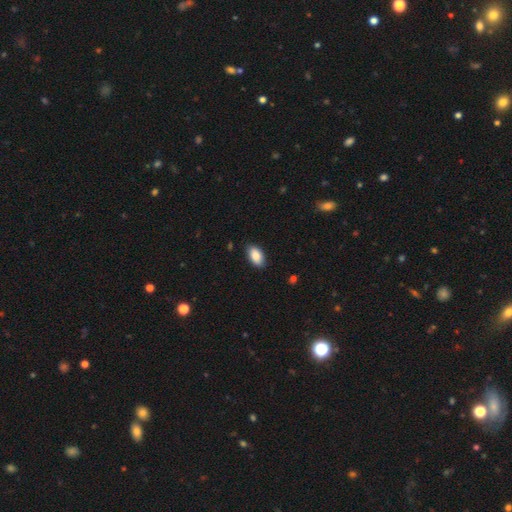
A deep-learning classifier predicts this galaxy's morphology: Smooth or featured? Predicted: smooth (p=0.87). How rounded? Predicted: in between (p=0.94). Merging? Predicted: none (p=0.86).